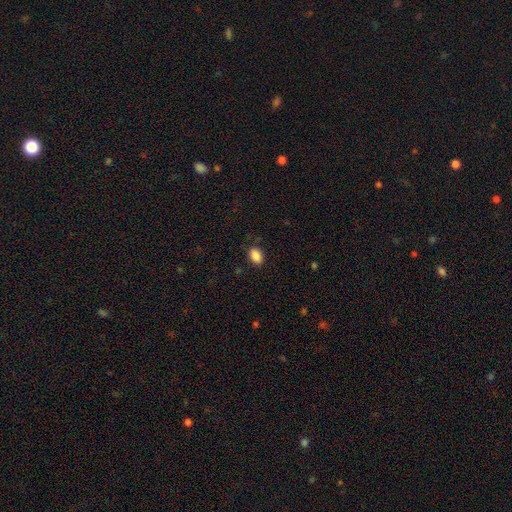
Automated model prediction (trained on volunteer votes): This appears to be a smooth galaxy with no disk features (88%) that is in between round and cigar-shaped (80%). Merging: none (84%).